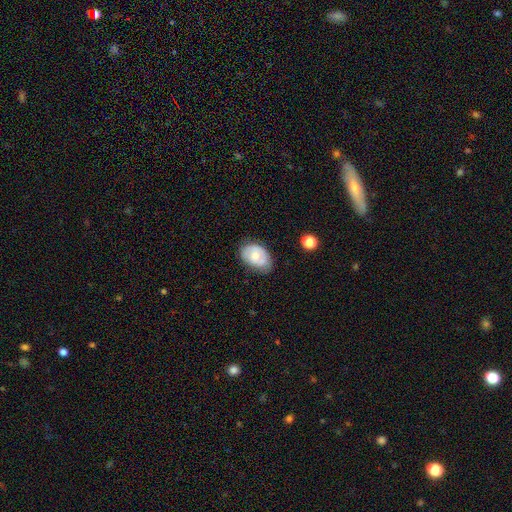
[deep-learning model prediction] Morphology: type=smooth (59%); roundness=in between (83%); merging=none (63%).